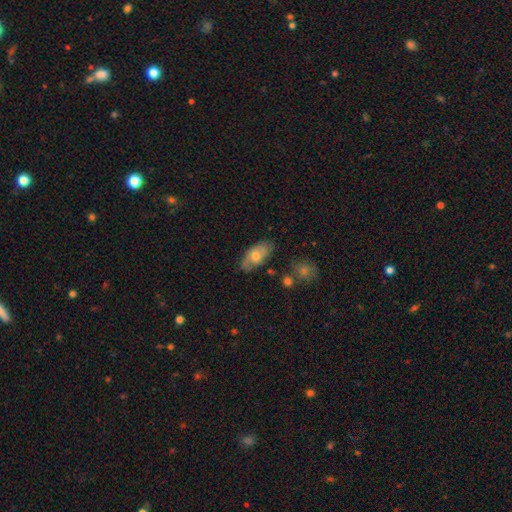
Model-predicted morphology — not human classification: The model was most divided on "smooth or featured": smooth: 62%, featured or disk: 31%, star or artifact: 7%. More confident: how rounded — in between (90%); merging — none (74%).